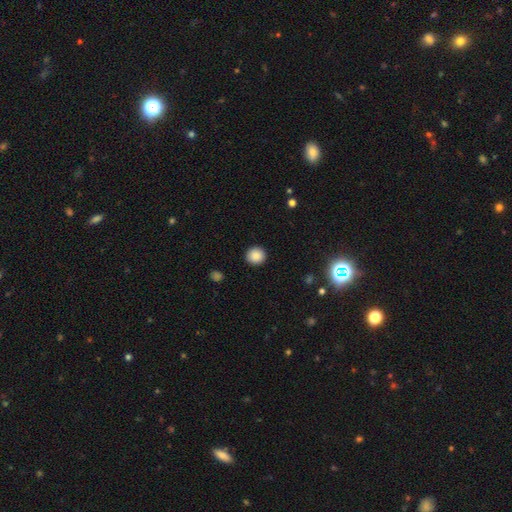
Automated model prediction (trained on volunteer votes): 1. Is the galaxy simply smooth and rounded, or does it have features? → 87% smooth, 9% star or artifact, 3% featured or disk.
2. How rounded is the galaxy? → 91% round, 8% in between, 1% cigar-shaped.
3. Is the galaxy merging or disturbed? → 92% none, 5% minor disturbance, 2% major disturbance, 1% merger.